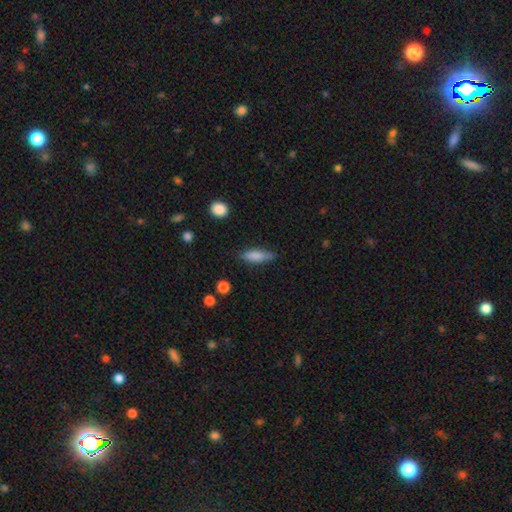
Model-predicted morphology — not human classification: type=smooth (77%); roundness=cigar-shaped (53%); merging=none (78%).